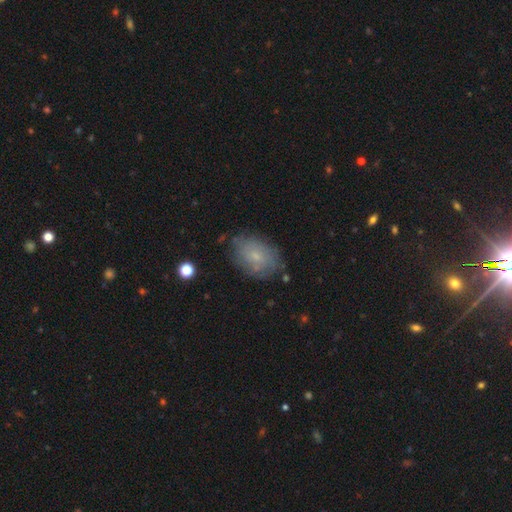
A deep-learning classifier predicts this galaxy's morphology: This is possibly a smooth galaxy (55%). How rounded: clearly in between (83%). Merging: likely none (70%).